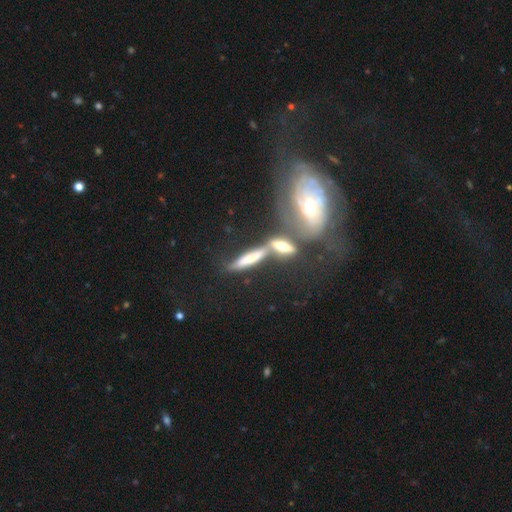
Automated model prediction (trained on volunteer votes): Morphology: type=featured or disk (68%); edge-on=yes (55%); merging=merger (44%).